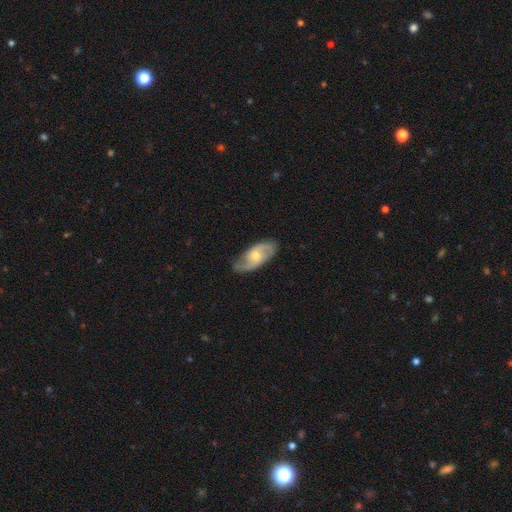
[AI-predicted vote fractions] featured or disk 76%, smooth 18%, star or artifact 6%. Down the decision tree: edge-on disk — no (92%); bar — no (60%); spiral arms — yes (92%); spiral arm count — 2 (86%); spiral winding — medium (47%); bulge size — moderate (50%); merging — none (77%).